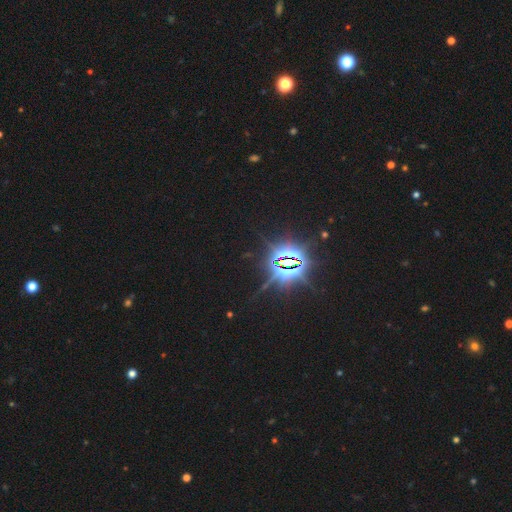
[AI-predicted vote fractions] A star or artifact, not a galaxy (87%).

Vote fractions:
- Smooth or featured? star or artifact: 87% / smooth: 7% / featured or disk: 6%